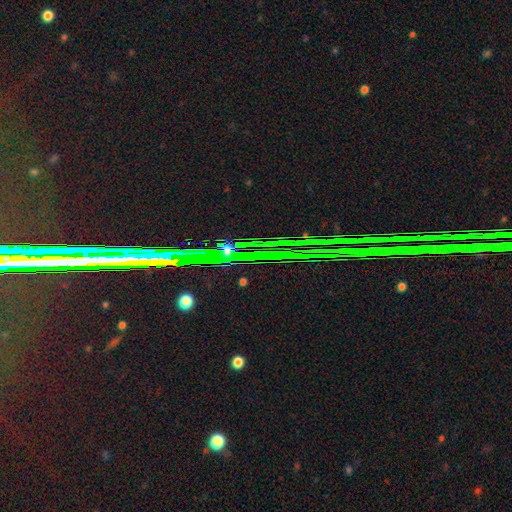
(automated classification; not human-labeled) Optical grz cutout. It shows a star or artifact, not a galaxy (57%).